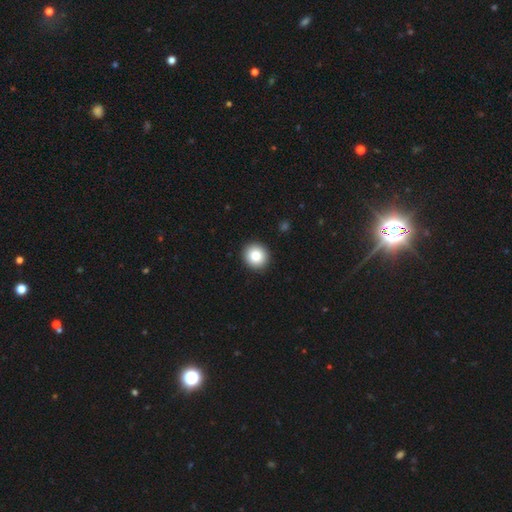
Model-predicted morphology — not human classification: Smooth or featured: smooth — 83% (star or artifact — 9%)
How rounded: round — 90% (in between — 9%)
Merging: none — 93% (minor disturbance — 5%)